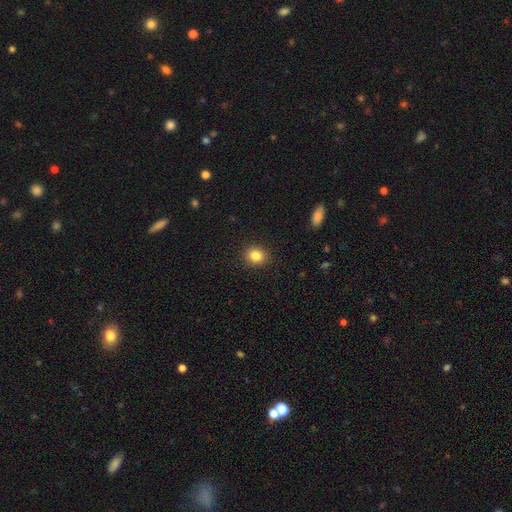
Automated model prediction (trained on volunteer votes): Q: Smooth or featured?
A: smooth (84%); runner-up: star or artifact (10%)
Q: How rounded?
A: round (74%); runner-up: in between (25%)
Q: Merging?
A: none (90%); runner-up: minor disturbance (7%)